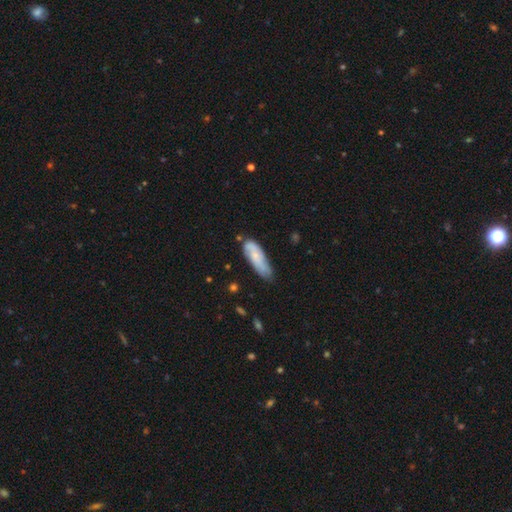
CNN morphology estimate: Overall: smooth (59%; featured or disk 34%). How rounded: in between (56%; cigar-shaped 42%). Merging: none (54%; minor disturbance 33%).